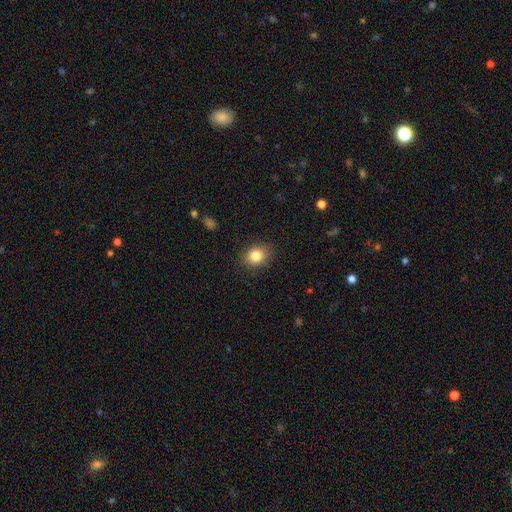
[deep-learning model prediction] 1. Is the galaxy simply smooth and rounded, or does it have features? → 83% smooth, 10% star or artifact, 7% featured or disk.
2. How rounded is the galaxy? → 57% round, 42% in between, 1% cigar-shaped.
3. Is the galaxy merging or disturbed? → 87% none, 10% minor disturbance, 3% major disturbance, 1% merger.